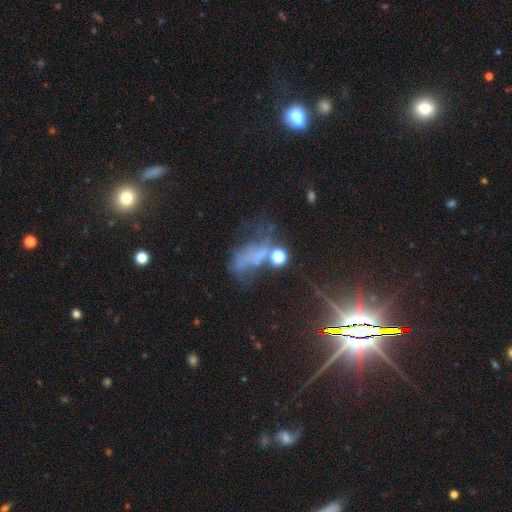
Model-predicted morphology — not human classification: Smooth or featured? Predicted: star or artifact (p=0.40).